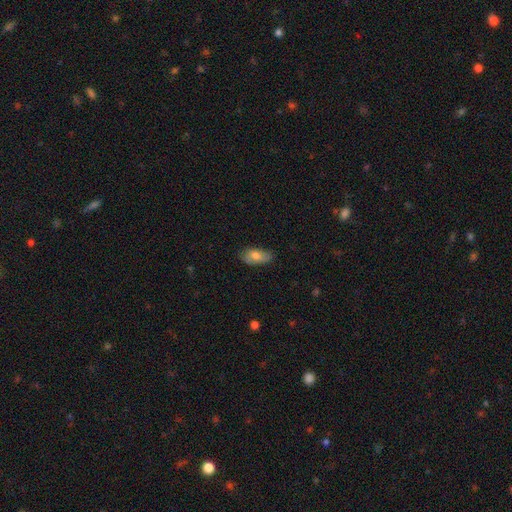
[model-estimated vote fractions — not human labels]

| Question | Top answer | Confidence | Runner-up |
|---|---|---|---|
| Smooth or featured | smooth | 75% | featured or disk (18%) |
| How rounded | in between | 89% | cigar-shaped (7%) |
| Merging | none | 68% | minor disturbance (24%) |